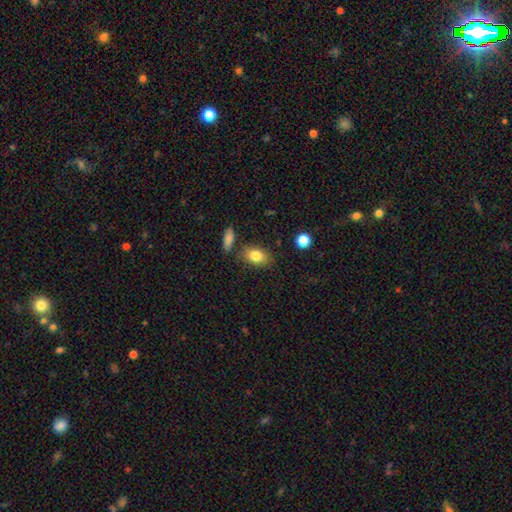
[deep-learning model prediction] smooth 82%, featured or disk 10%, star or artifact 8%. Down the decision tree: how rounded — in between (82%); merging — none (76%).